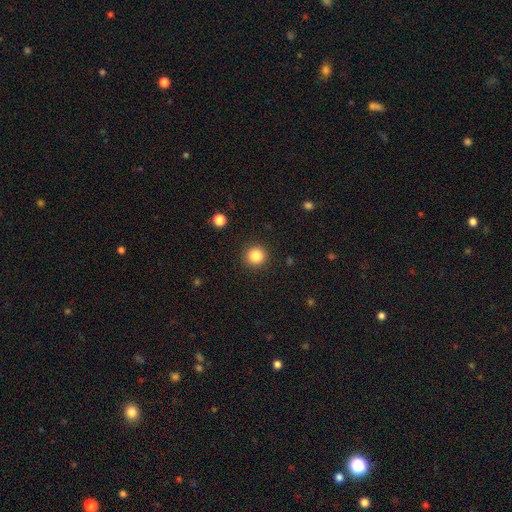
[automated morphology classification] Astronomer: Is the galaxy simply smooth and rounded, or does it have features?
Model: smooth — 85%.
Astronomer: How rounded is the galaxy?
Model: round — 94%.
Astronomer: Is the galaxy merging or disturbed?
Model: none — 91%.